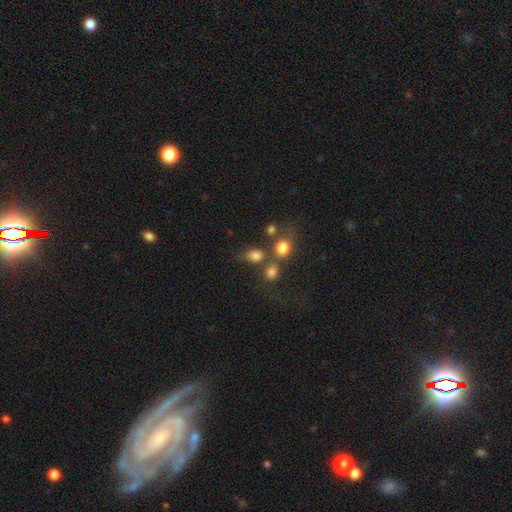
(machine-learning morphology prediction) This appears to be a smooth galaxy with no disk features (79%) that is in between round and cigar-shaped (54%). Merging: none (49%).